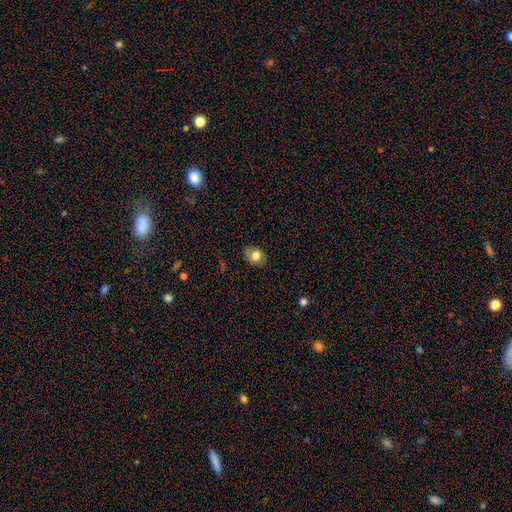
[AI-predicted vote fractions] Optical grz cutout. It shows a smooth galaxy with no disk features (74%) that is in between round and cigar-shaped (53%). Merging: none (82%).